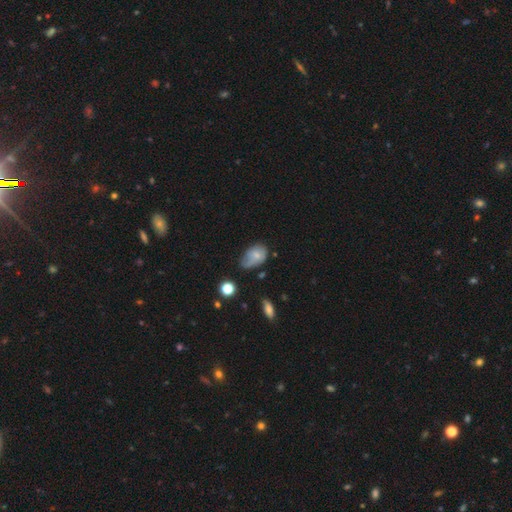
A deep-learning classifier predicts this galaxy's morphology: A smooth galaxy with no disk features (67%) that is in between round and cigar-shaped (82%). Merging: minor disturbance (44%).